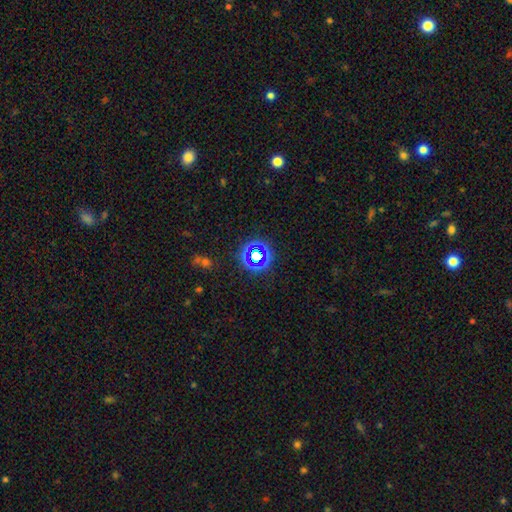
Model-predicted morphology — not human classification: Q: Smooth or featured?
A: star or artifact (57%); runner-up: smooth (30%)